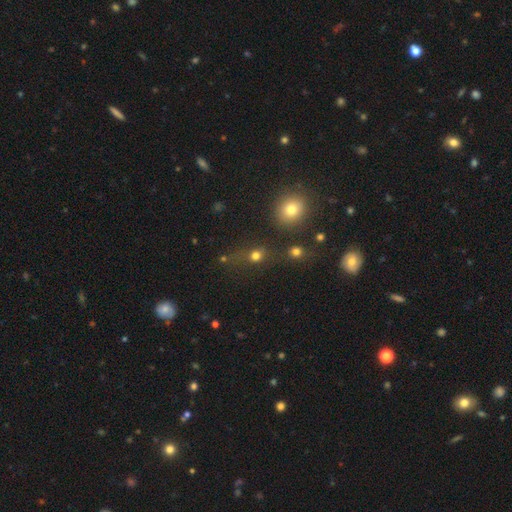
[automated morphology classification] This is likely a smooth galaxy (70%). How rounded: likely round (73%). Merging: possibly none (59%).